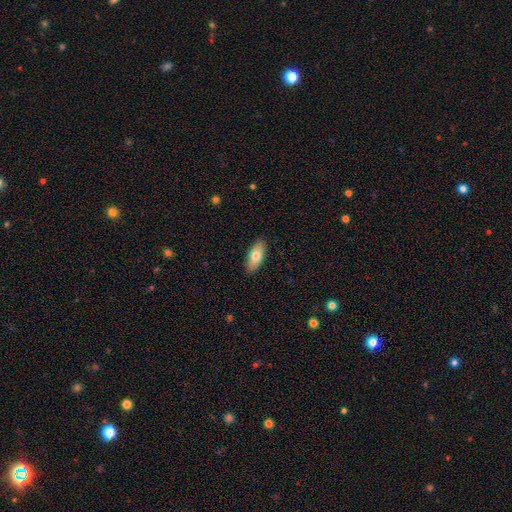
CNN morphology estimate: smooth 75%, featured or disk 19%, star or artifact 6%. Down the decision tree: how rounded — in between (86%); merging — none (89%).